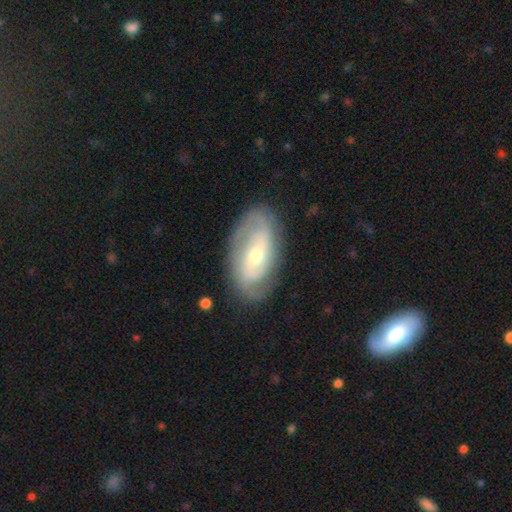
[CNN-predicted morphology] Overall: featured or disk (81%). Edge-on disk: no (95%). Bar: weak (43%; no 36%). Spiral arms: yes (93%). Spiral arm count: 2 (61%). Spiral winding: tight (42%; medium 40%). Bulge size: small (50%; moderate 46%). Merging: none (80%).